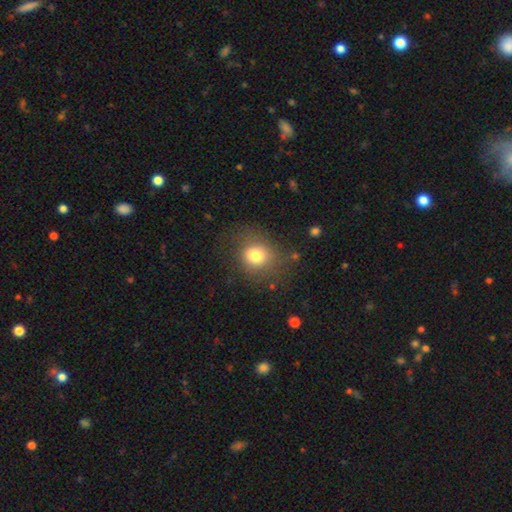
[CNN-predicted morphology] This is likely a smooth galaxy (77%). How rounded: likely round (71%). Merging: likely none (69%).